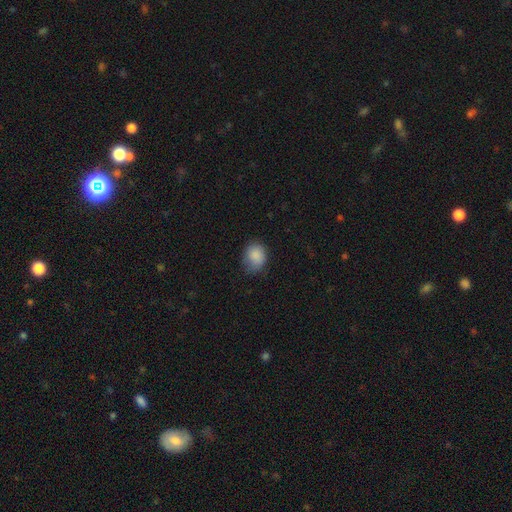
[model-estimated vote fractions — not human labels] A smooth galaxy with no disk features (87%) that is round (53%).

Vote fractions:
- Smooth or featured? smooth: 87% / star or artifact: 8% / featured or disk: 5%
- How rounded? round: 53% / in between: 46% / cigar-shaped: 1%
- Merging? none: 63% / minor disturbance: 28% / major disturbance: 7% / merger: 1%